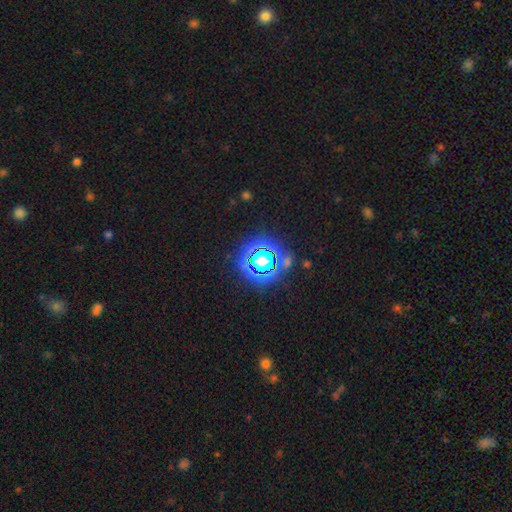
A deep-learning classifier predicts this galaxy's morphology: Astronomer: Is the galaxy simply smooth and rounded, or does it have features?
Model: star or artifact — 77%.